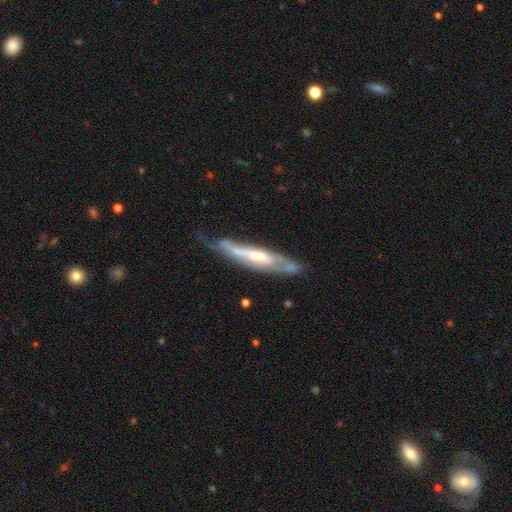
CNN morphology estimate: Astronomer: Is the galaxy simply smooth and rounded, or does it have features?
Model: featured or disk — 71%.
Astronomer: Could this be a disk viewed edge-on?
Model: yes — 55% (runner-up: no, 45%).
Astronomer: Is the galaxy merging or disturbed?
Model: none — 49% (runner-up: minor disturbance, 30%).